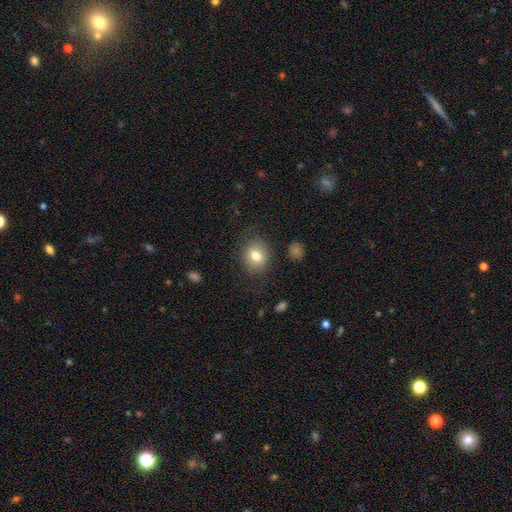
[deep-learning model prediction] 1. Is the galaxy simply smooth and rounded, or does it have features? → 78% smooth, 12% featured or disk, 10% star or artifact.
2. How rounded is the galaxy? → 61% round, 38% in between, 1% cigar-shaped.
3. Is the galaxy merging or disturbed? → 82% none, 12% minor disturbance, 5% major disturbance, 2% merger.